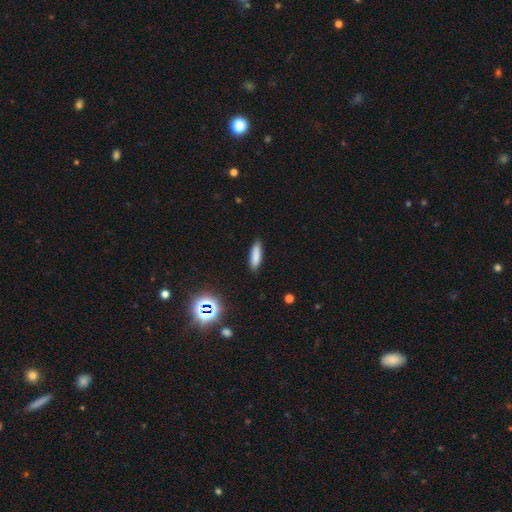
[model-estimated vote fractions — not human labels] A smooth galaxy with no disk features (84%) that is cigar-shaped (56%). Merging: none (88%).